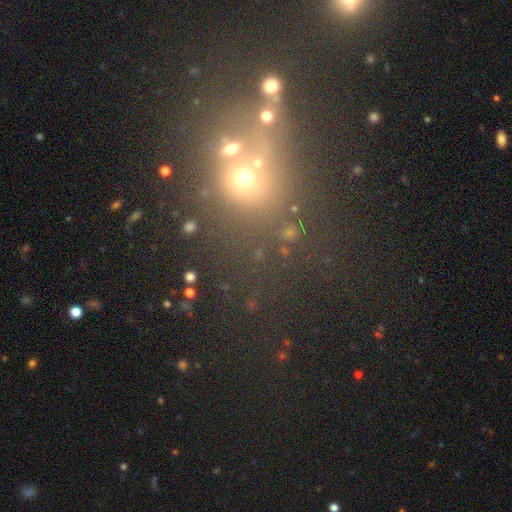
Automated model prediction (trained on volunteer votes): Overall: star or artifact (50%; smooth 37%).